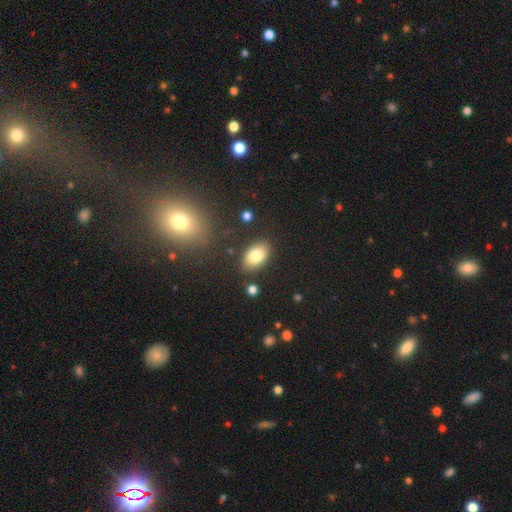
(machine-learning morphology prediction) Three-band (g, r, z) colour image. It shows a smooth galaxy with no disk features (81%) that is in between round and cigar-shaped (90%). Merging: none (83%).